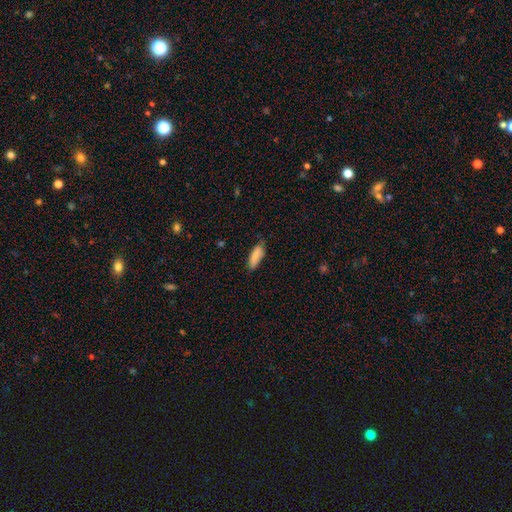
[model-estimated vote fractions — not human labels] Smooth or featured: smooth — 83% (featured or disk — 11%)
How rounded: in between — 66% (cigar-shaped — 33%)
Merging: none — 70% (minor disturbance — 24%)